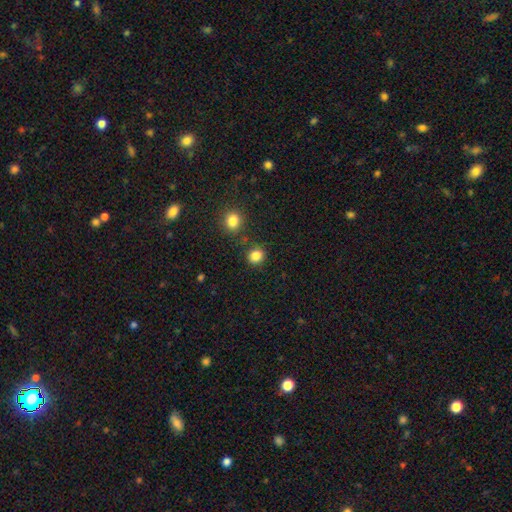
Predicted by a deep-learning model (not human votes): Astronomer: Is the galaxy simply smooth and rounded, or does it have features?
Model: smooth — 85%.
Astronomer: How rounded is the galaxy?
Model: round — 83%.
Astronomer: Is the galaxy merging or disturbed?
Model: none — 83%.